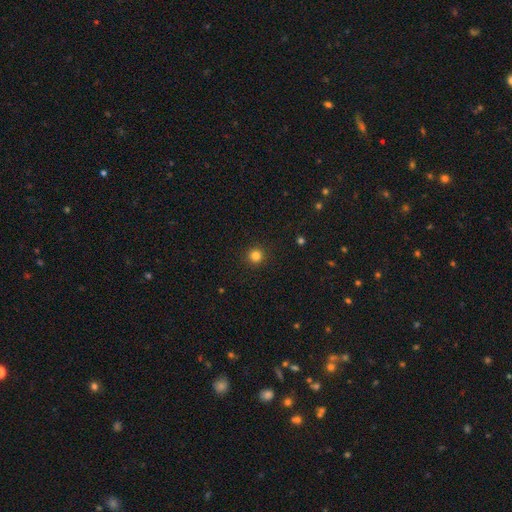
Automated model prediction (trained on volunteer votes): The model was most divided on "smooth or featured": smooth: 83%, star or artifact: 13%, featured or disk: 4%. More confident: how rounded — round (95%); merging — none (92%).